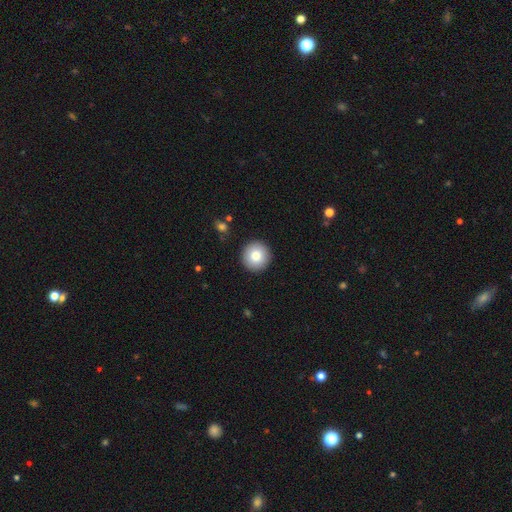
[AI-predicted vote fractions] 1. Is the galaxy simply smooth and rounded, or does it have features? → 80% smooth, 11% featured or disk, 9% star or artifact.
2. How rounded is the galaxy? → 95% round, 4% in between, 1% cigar-shaped.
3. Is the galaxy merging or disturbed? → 92% none, 5% minor disturbance, 2% major disturbance, 1% merger.